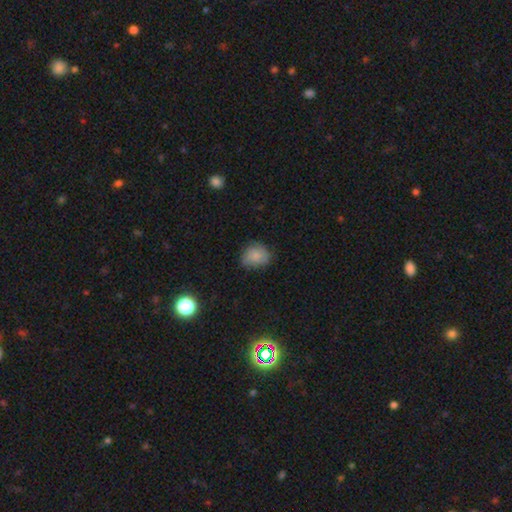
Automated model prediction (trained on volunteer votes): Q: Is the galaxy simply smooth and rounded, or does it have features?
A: smooth — 80%.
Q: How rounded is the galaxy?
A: round — 59%.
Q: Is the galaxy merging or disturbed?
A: none — 67%.